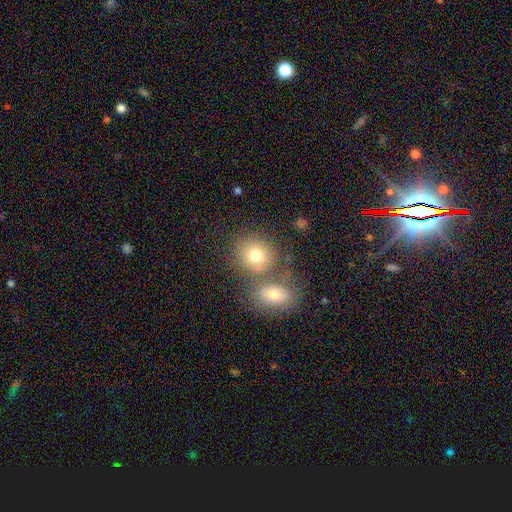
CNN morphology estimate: This is likely a smooth galaxy (75%). How rounded: likely round (74%). Merging: possibly none (58%).